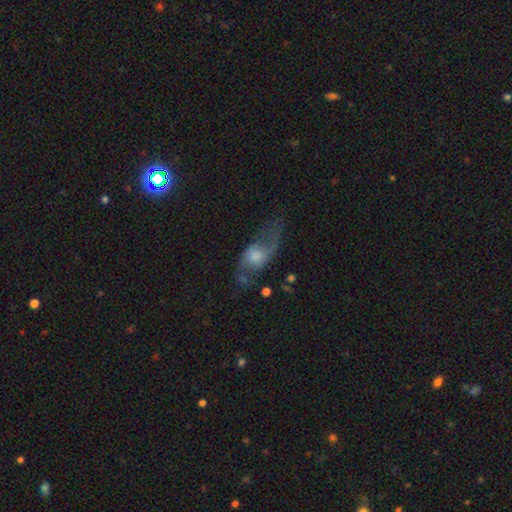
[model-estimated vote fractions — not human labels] Smooth or featured?
  - featured or disk: 60% *
  - smooth: 29%
  - star or artifact: 11%
Edge-on disk?
  - no: 83% *
  - yes: 17%
Merging?
  - none: 49% *
  - major disturbance: 25%
  - minor disturbance: 23%
  - merger: 4%